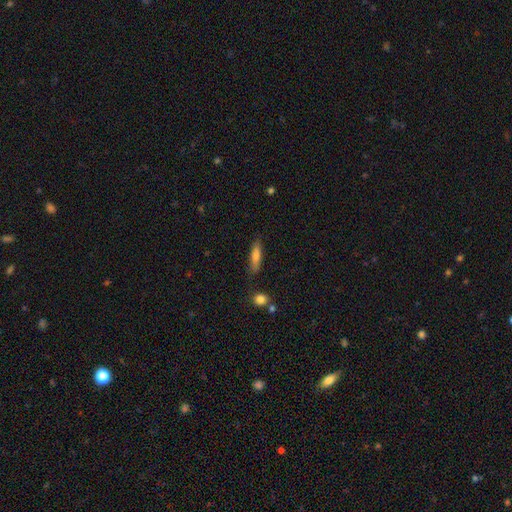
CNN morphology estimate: Overall: smooth (70%). How rounded: cigar-shaped (71%). Merging: none (82%).